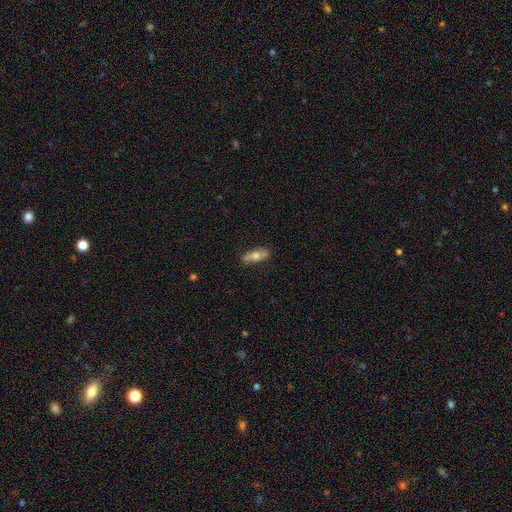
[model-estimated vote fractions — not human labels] A smooth galaxy with no disk features (58%) that is in between round and cigar-shaped (65%). Merging: none (83%).